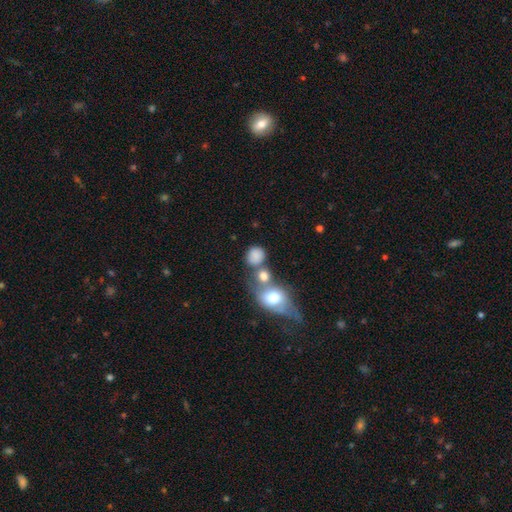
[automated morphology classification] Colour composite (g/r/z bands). It shows a smooth galaxy with no disk features (79%) that is round (76%). Merging: none (44%).